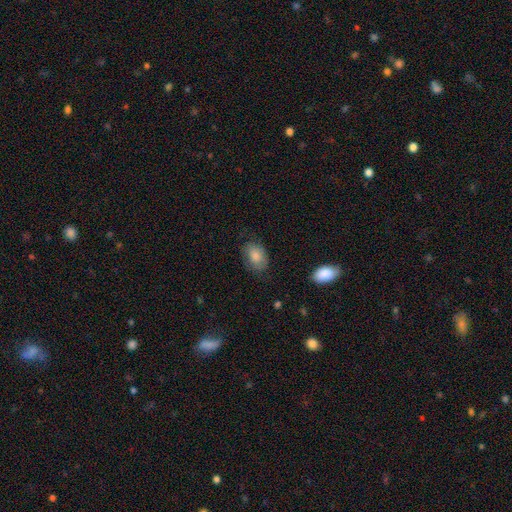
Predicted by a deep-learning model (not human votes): Smooth or featured? smooth (82%)
How rounded? in between (80%)
Merging? none (73%)